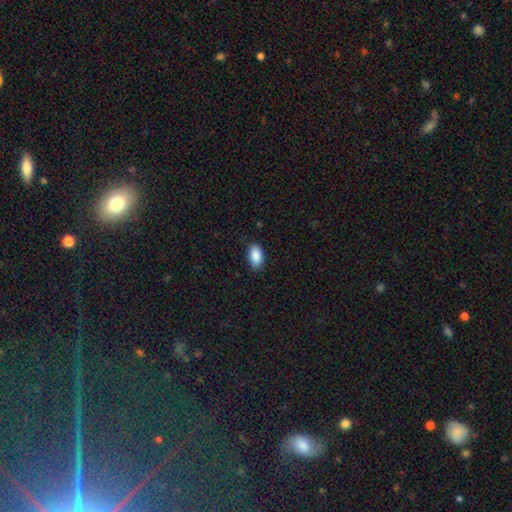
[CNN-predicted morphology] type=smooth (89%); roundness=in between (93%); merging=none (86%).